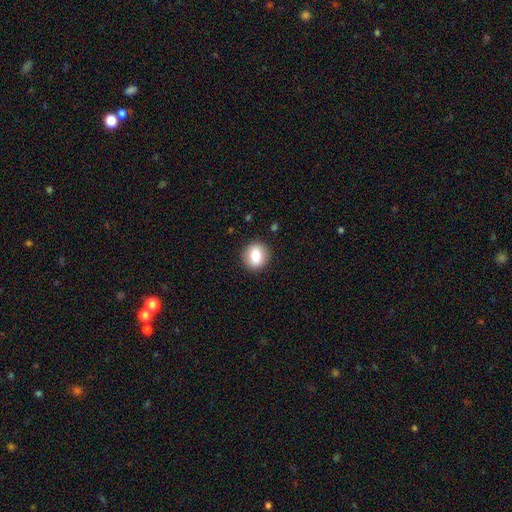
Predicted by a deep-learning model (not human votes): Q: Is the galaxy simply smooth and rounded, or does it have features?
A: smooth — 79%.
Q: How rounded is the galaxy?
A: round — 80%.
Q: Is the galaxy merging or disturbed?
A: none — 91%.